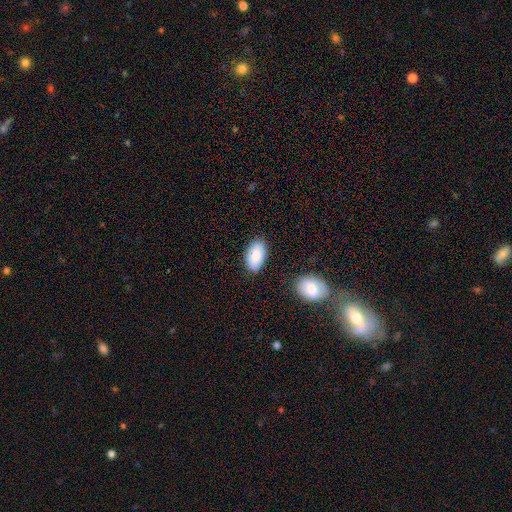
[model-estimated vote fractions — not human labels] Overall: smooth (88%). How rounded: in between (95%). Merging: none (81%).